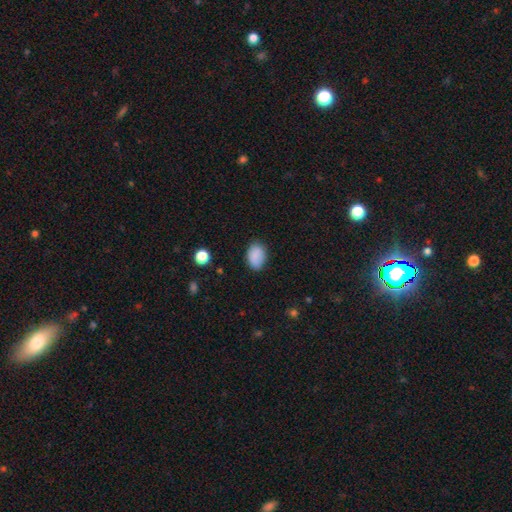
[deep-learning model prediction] Q: Smooth or featured?
A: smooth (87%); runner-up: star or artifact (8%)
Q: How rounded?
A: in between (83%); runner-up: round (16%)
Q: Merging?
A: none (77%); runner-up: minor disturbance (18%)